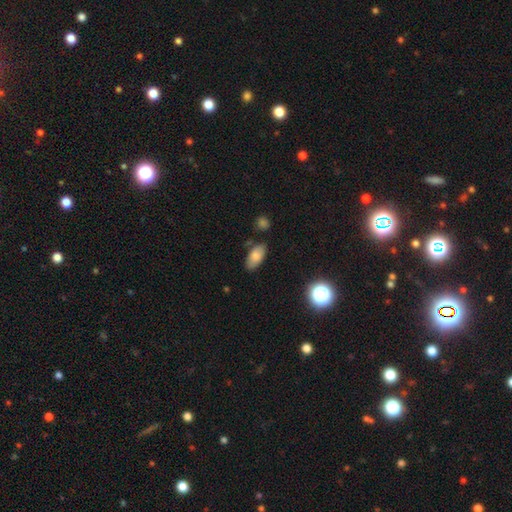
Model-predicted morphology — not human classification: This is clearly a smooth galaxy (81%). How rounded: clearly in between (92%). Merging: likely none (79%).